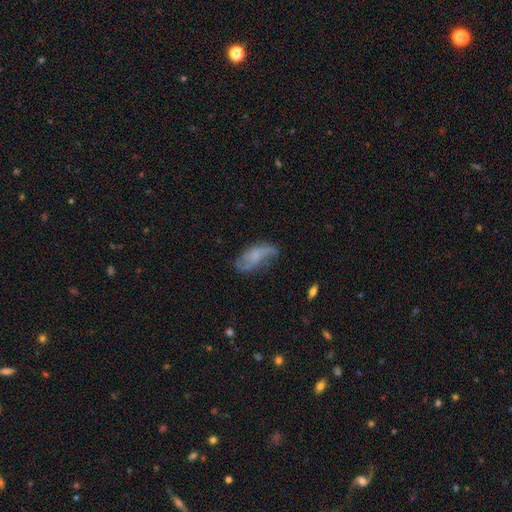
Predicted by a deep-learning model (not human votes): Smooth or featured?
  - featured or disk: 57% *
  - smooth: 34%
  - star or artifact: 9%
Edge-on disk?
  - no: 93% *
  - yes: 7%
Bar?
  - no: 65% *
  - weak: 28%
  - strong: 6%
Spiral arms?
  - yes: 81% *
  - no: 19%
Bulge size?
  - none: 54% *
  - small: 25%
  - moderate: 15%
  - large: 5%
  - dominant: 2%
Merging?
  - none: 52% *
  - minor disturbance: 27%
  - major disturbance: 18%
  - merger: 3%